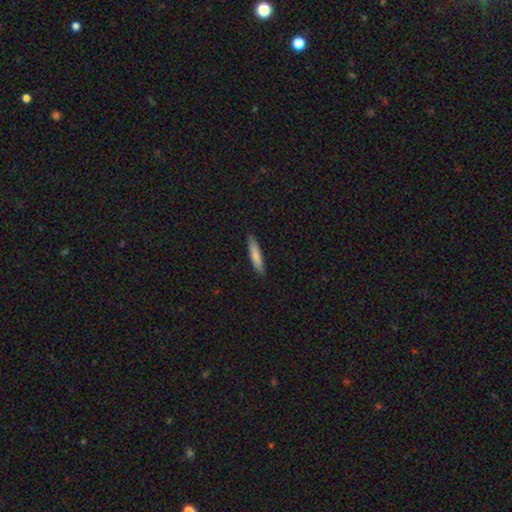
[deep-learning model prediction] Q: Smooth or featured?
A: smooth (80%); runner-up: featured or disk (14%)
Q: How rounded?
A: cigar-shaped (85%); runner-up: in between (14%)
Q: Merging?
A: none (88%); runner-up: minor disturbance (9%)